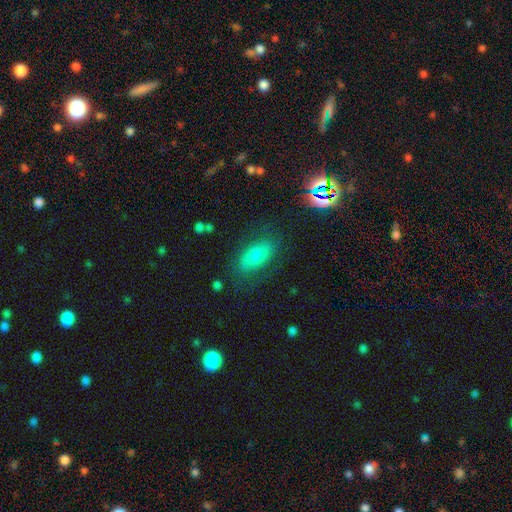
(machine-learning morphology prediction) This appears to be a smooth galaxy with no disk features (57%) that is in between round and cigar-shaped (87%). Merging: none (72%).